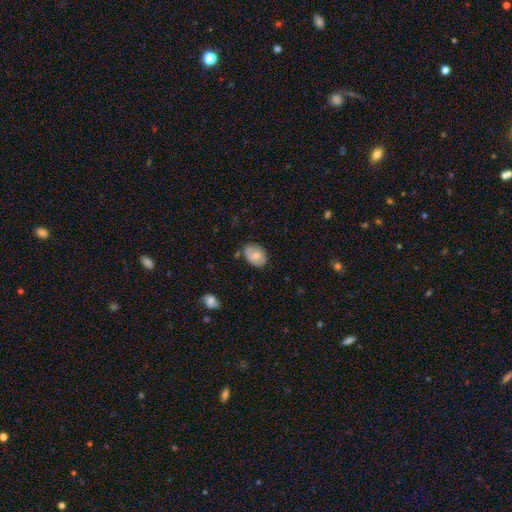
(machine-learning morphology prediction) Smooth or featured? smooth (67%)
How rounded? in between (70%)
Merging? none (66%)